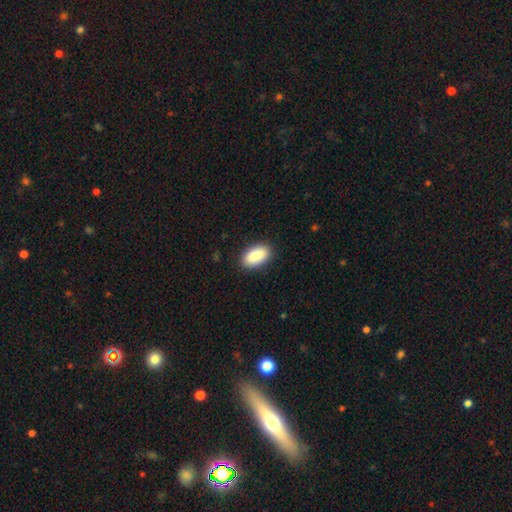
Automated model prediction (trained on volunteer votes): smooth_or_featured: smooth (p=0.90) [alt: star or artifact p=0.06]
how_rounded: in between (p=0.95) [alt: round p=0.03]
merging: none (p=0.89) [alt: minor disturbance p=0.08]